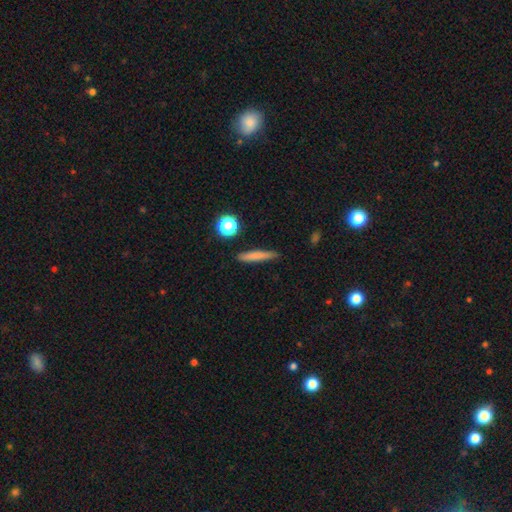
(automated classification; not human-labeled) The model was most divided on "smooth or featured": smooth: 74%, featured or disk: 17%, star or artifact: 9%. More confident: how rounded — cigar-shaped (90%); merging — none (86%).